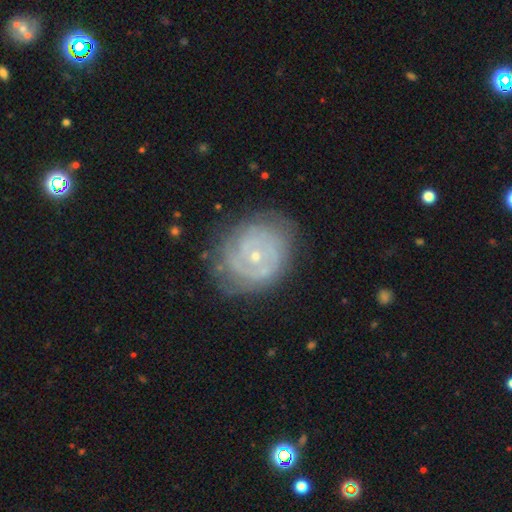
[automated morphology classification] smooth-or-featured: featured or disk: 79% | smooth: 14% | star or artifact: 7%
  disk-edge-on: no: 98% | yes: 2%
    bar: no: 80% | weak: 17% | strong: 4%
    has-spiral-arms: yes: 88% | no: 12%
      spiral-winding: tight: 75% | medium: 19% | loose: 6%
      spiral-arm-count: can't tell: 38% | 2: 30% | 3: 14% | 4: 6% | 1: 6% | more than 4: 5%
    bulge-size: small: 75% | moderate: 22% | none: 1% | large: 1% | dominant: 1%
  merging: none: 73% | minor disturbance: 19% | major disturbance: 7% | merger: 1%